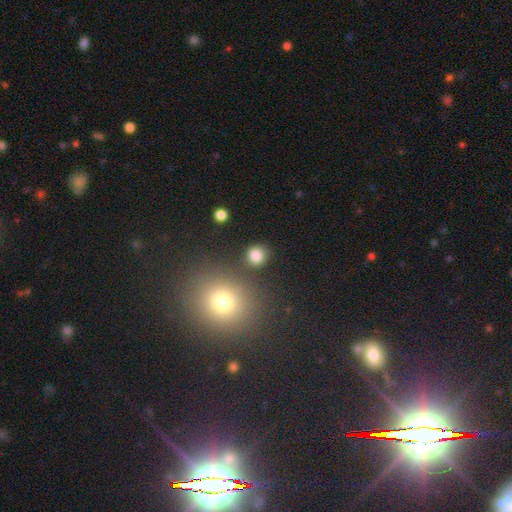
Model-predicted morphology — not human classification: A smooth galaxy with no disk features (83%) that is round (87%).

Vote fractions:
- Smooth or featured? smooth: 83% / star or artifact: 12% / featured or disk: 5%
- How rounded? round: 87% / in between: 12% / cigar-shaped: 1%
- Merging? none: 84% / minor disturbance: 8% / merger: 5% / major disturbance: 3%